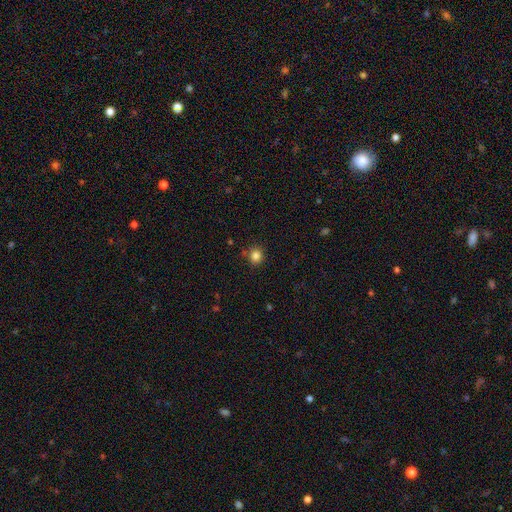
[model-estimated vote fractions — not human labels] Smooth or featured? Predicted: smooth (p=0.83). How rounded? Predicted: round (p=0.85). Merging? Predicted: none (p=0.84).